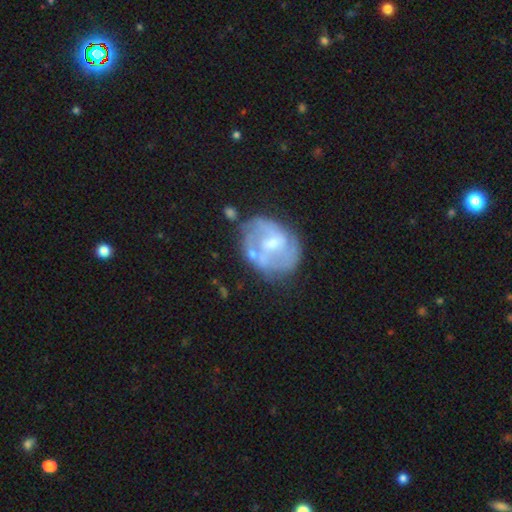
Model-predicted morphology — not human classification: Smooth or featured?
  - featured or disk: 66% *
  - smooth: 26%
  - star or artifact: 8%
Edge-on disk?
  - no: 97% *
  - yes: 3%
Bar?
  - weak: 45% *
  - no: 42%
  - strong: 13%
Spiral arms?
  - yes: 60% *
  - no: 40%
Bulge size?
  - moderate: 44% *
  - small: 36%
  - none: 13%
  - large: 6%
  - dominant: 1%
Merging?
  - none: 52% *
  - minor disturbance: 23%
  - major disturbance: 16%
  - merger: 9%